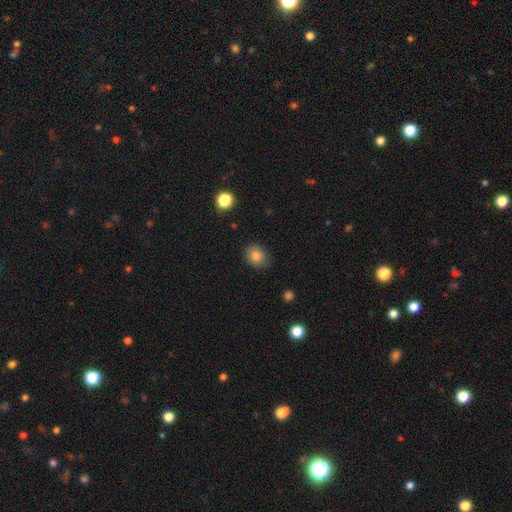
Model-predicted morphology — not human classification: Smooth or featured?
  - smooth: 83% *
  - star or artifact: 11%
  - featured or disk: 6%
How rounded?
  - round: 60% *
  - in between: 39%
  - cigar-shaped: 1%
Merging?
  - none: 82% *
  - minor disturbance: 14%
  - major disturbance: 3%
  - merger: 1%